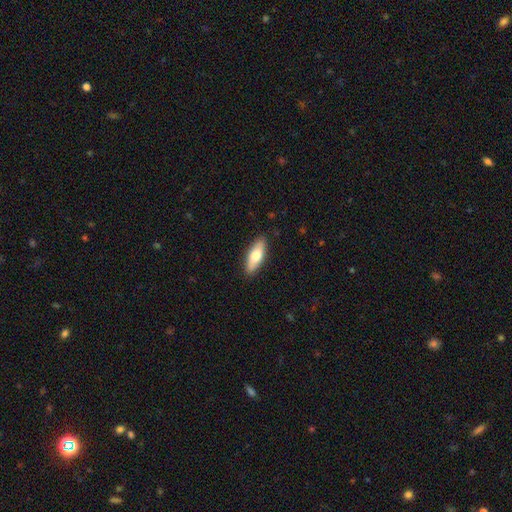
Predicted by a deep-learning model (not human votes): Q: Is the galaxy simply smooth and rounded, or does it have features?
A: smooth — 69%.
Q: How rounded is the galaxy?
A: in between — 65%.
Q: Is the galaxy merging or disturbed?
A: none — 87%.